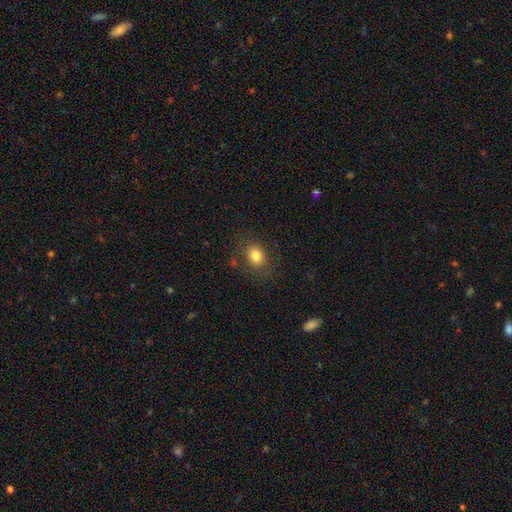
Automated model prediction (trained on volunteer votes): Smooth or featured: smooth — 81% (star or artifact — 10%)
How rounded: round — 50% (in between — 49%)
Merging: none — 78% (minor disturbance — 14%)